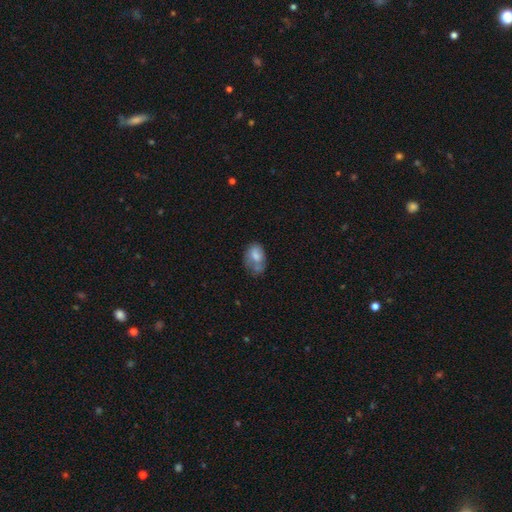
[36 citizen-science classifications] Overall: smooth (75%). How rounded: in between (89%). Merging: none (31%; minor disturbance 23%).